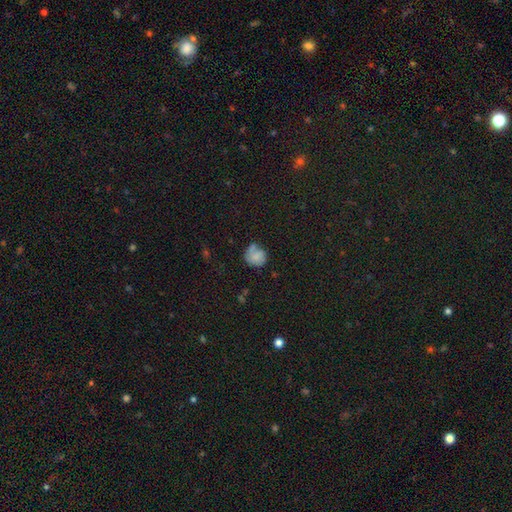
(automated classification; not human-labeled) A smooth galaxy with no disk features (56%) that is round (76%). Merging: none (53%).